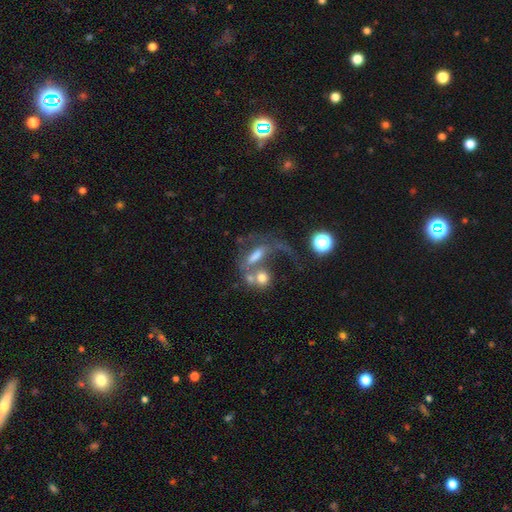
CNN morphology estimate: featured or disk 48%, smooth 38%, star or artifact 14%. Down the decision tree: merging — merger (44%).